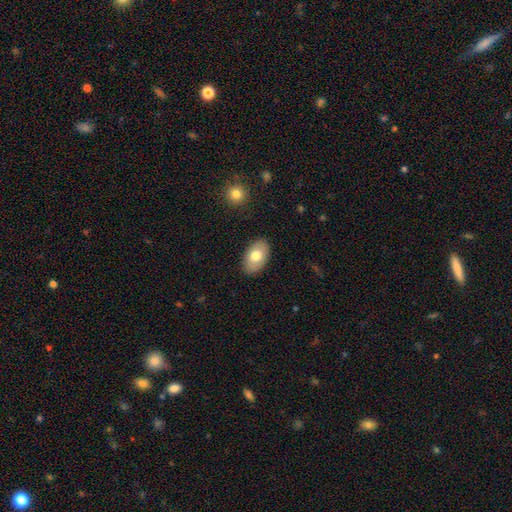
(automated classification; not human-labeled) Overall: smooth (72%). How rounded: in between (92%). Merging: none (87%).